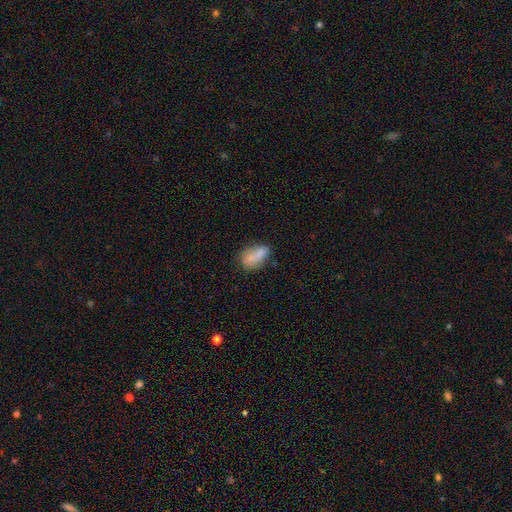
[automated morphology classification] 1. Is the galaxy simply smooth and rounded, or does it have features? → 75% smooth, 17% featured or disk, 9% star or artifact.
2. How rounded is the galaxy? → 85% in between, 9% round, 6% cigar-shaped.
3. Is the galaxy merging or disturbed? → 45% none, 24% merger, 22% minor disturbance, 9% major disturbance.